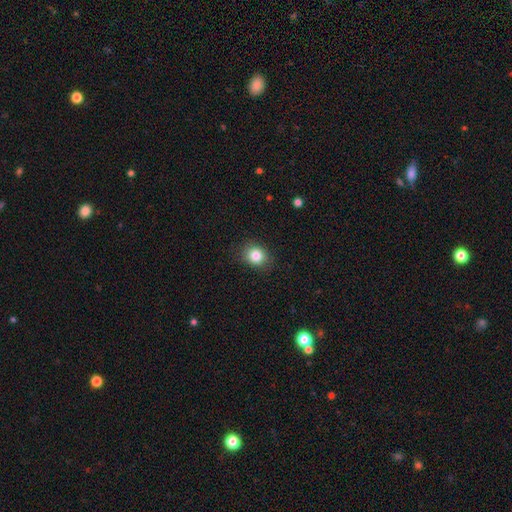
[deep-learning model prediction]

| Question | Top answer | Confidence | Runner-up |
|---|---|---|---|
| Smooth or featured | smooth | 83% | star or artifact (10%) |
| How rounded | round | 64% | in between (35%) |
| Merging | none | 86% | minor disturbance (10%) |